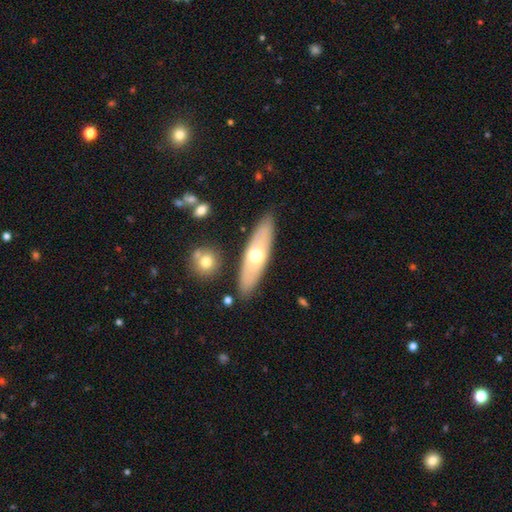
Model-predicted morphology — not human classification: Smooth or featured?
  - smooth: 48% *
  - featured or disk: 47%
  - star or artifact: 5%
Merging?
  - none: 86% *
  - minor disturbance: 10%
  - merger: 2%
  - major disturbance: 2%